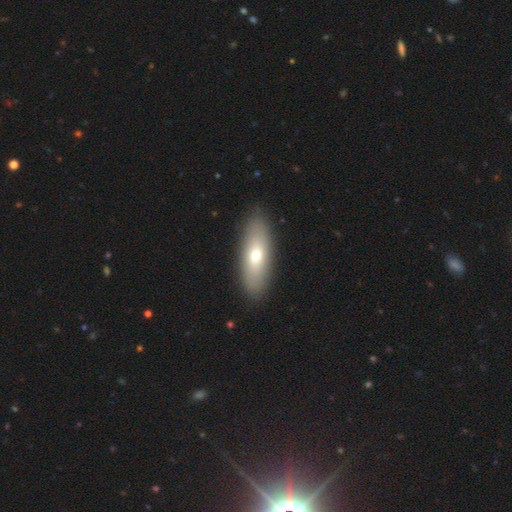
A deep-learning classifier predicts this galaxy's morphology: Smooth or featured? Predicted: smooth (p=0.63). How rounded? Predicted: in between (p=0.70). Merging? Predicted: none (p=0.89).